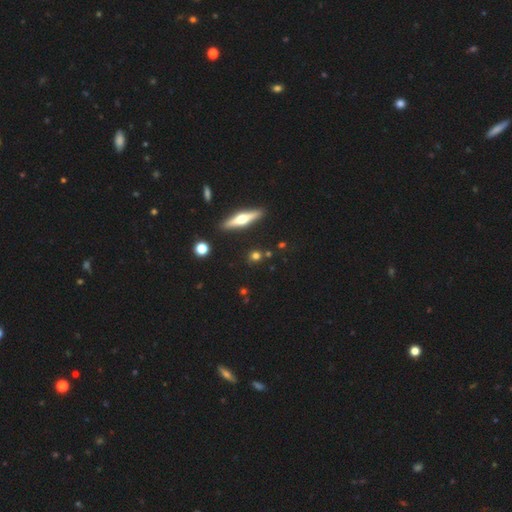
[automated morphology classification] A smooth galaxy with no disk features (60%) that is round (72%).

Vote fractions:
- Smooth or featured? smooth: 60% / featured or disk: 26% / star or artifact: 14%
- How rounded? round: 72% / in between: 15% / cigar-shaped: 13%
- Merging? none: 84% / minor disturbance: 8% / merger: 5% / major disturbance: 3%